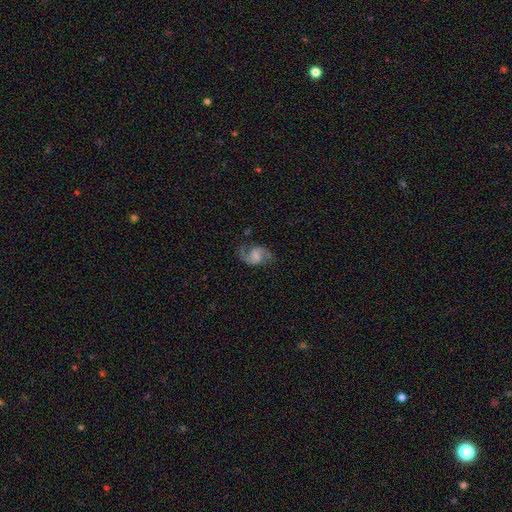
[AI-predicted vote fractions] Morphology: type=featured or disk (84%); edge-on=no (98%); bar=weak (51%); spiral arms=yes (97%); winding=loose (47%); arm count=2 (93%); bulge=none (32%); merging=none (77%).